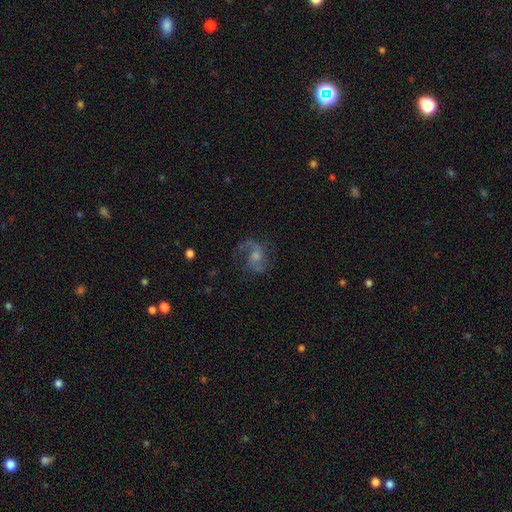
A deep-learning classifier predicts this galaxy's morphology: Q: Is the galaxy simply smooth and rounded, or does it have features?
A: featured or disk — 81%.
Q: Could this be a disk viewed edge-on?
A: no — 97%.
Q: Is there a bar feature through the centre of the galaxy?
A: no — 57%.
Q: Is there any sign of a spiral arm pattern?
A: yes — 95%.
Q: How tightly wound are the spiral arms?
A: medium — 46%.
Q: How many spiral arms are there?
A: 2 — 79%.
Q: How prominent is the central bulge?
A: moderate — 46%.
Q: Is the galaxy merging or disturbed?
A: none — 68%.